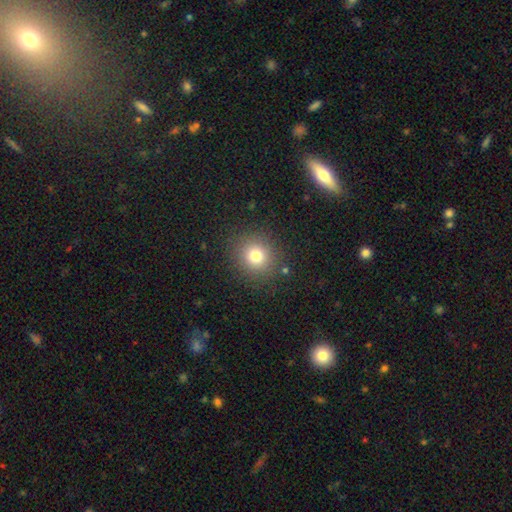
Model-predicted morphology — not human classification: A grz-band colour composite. It shows a smooth galaxy with no disk features (76%) that is round (90%). Merging: none (88%).